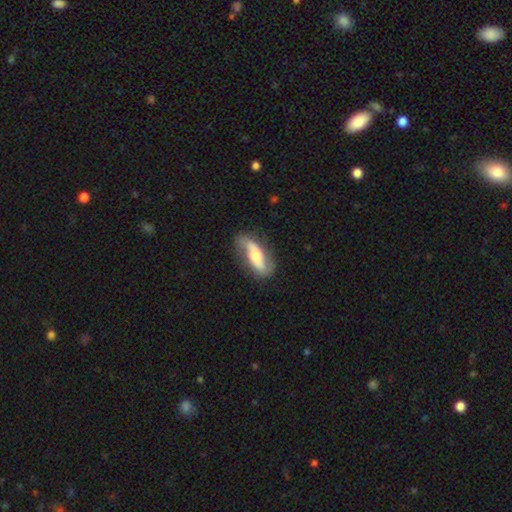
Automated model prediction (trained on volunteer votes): The model was most divided on "smooth or featured": featured or disk: 61%, smooth: 33%, star or artifact: 5%. More confident: edge-on disk — no (78%); merging — none (75%).